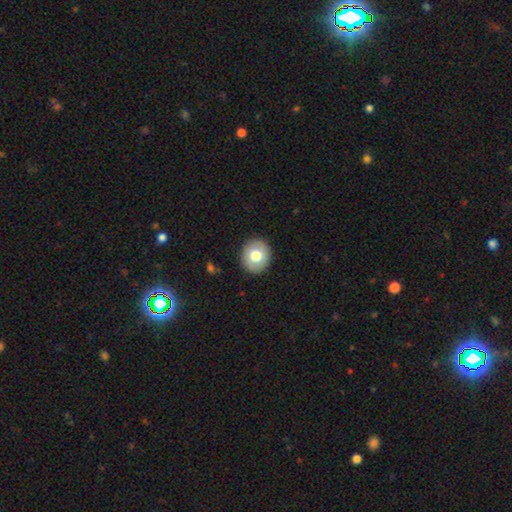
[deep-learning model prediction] The model was most divided on "smooth or featured": smooth: 75%, featured or disk: 18%, star or artifact: 8%. More confident: merging — none (91%); how rounded — round (80%).